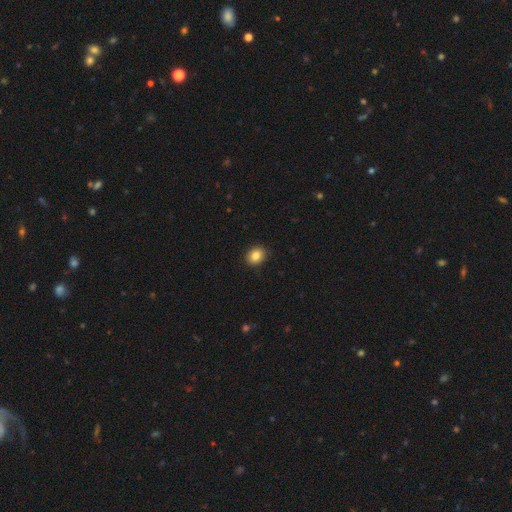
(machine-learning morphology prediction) Smooth or featured?
  - smooth: 84% *
  - star or artifact: 9%
  - featured or disk: 6%
How rounded?
  - round: 52% *
  - in between: 47%
  - cigar-shaped: 1%
Merging?
  - none: 91% *
  - minor disturbance: 7%
  - major disturbance: 2%
  - merger: 1%